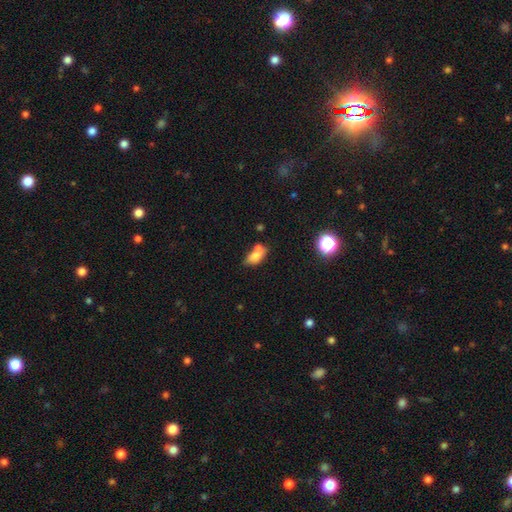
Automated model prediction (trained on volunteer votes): The model was most divided on "merging": none: 42%, merger: 34%, minor disturbance: 17%, major disturbance: 6%. More confident: how rounded — in between (84%); smooth or featured — smooth (72%).